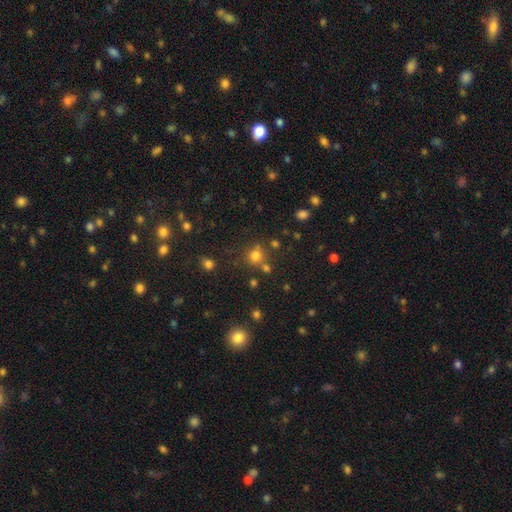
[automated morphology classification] Smooth or featured? Predicted: smooth (p=0.72). How rounded? Predicted: round (p=0.84). Merging? Predicted: none (p=0.67).